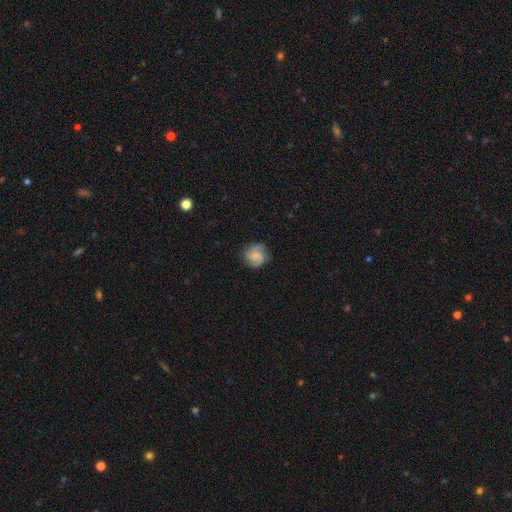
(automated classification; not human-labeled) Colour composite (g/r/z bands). It shows a smooth galaxy with no disk features (62%) that is round (85%). Merging: none (76%).